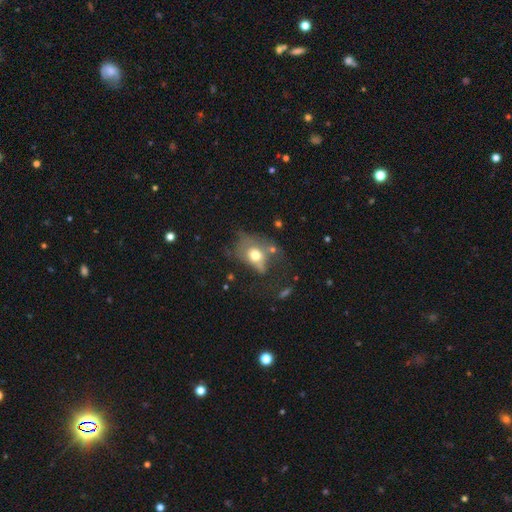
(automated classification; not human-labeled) Smooth or featured? smooth (61%)
How rounded? in between (62%)
Merging? major disturbance (37%)